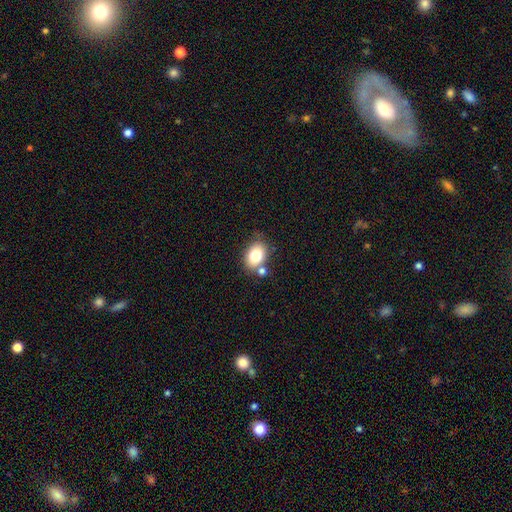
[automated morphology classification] type=smooth (80%); roundness=in between (71%); merging=none (65%).